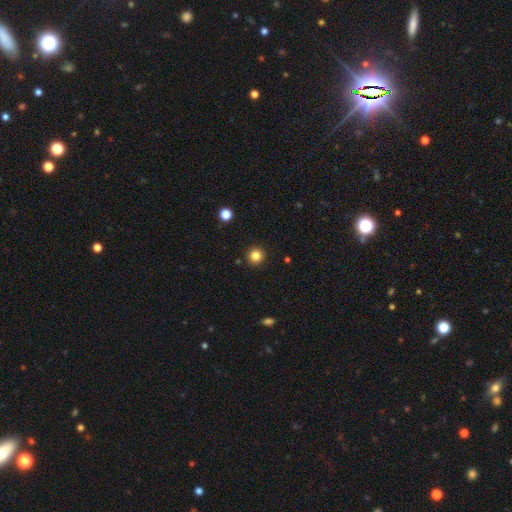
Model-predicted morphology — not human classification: Smooth or featured?
  - smooth: 83% *
  - star or artifact: 12%
  - featured or disk: 5%
How rounded?
  - round: 95% *
  - in between: 4%
  - cigar-shaped: 1%
Merging?
  - none: 92% *
  - minor disturbance: 5%
  - major disturbance: 2%
  - merger: 1%